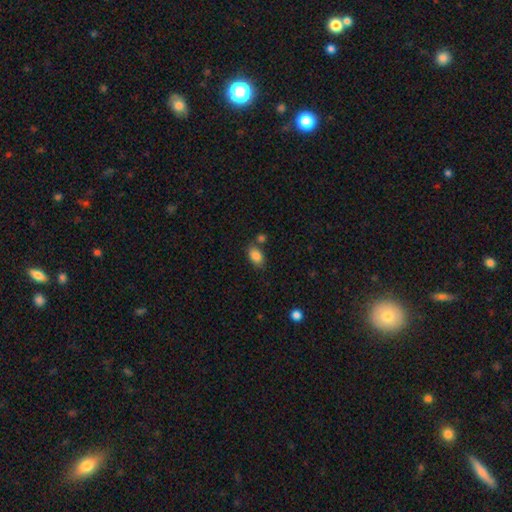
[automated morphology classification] Smooth or featured: smooth — 86% (star or artifact — 8%)
How rounded: in between — 87% (round — 11%)
Merging: none — 69% (minor disturbance — 14%)